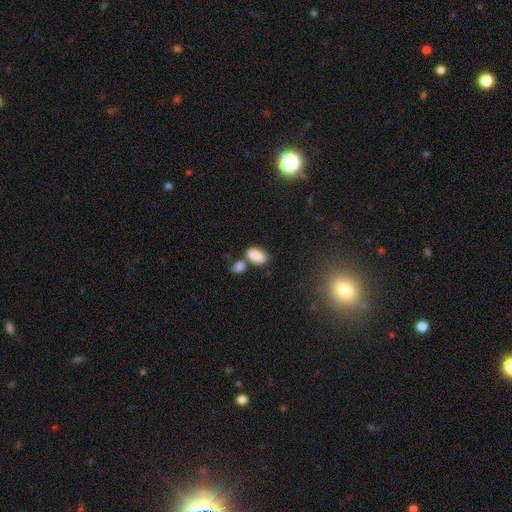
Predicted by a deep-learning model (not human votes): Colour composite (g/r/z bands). It shows a smooth galaxy with no disk features (85%) that is in between round and cigar-shaped (91%). Merging: none (48%).